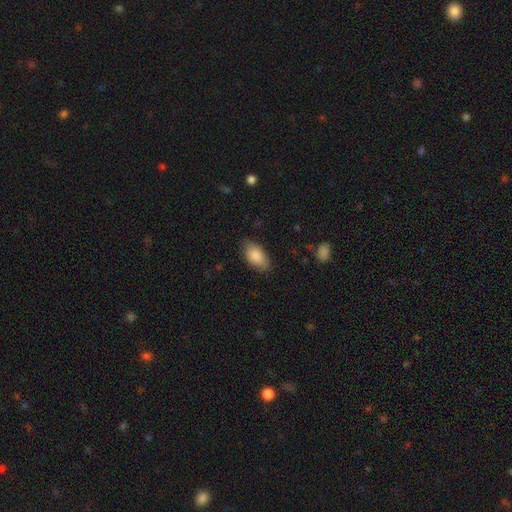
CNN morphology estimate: A smooth galaxy with no disk features (87%) that is in between round and cigar-shaped (93%).

Vote fractions:
- Smooth or featured? smooth: 87% / featured or disk: 7% / star or artifact: 6%
- How rounded? in between: 93% / round: 4% / cigar-shaped: 3%
- Merging? none: 81% / minor disturbance: 15% / major disturbance: 3% / merger: 1%